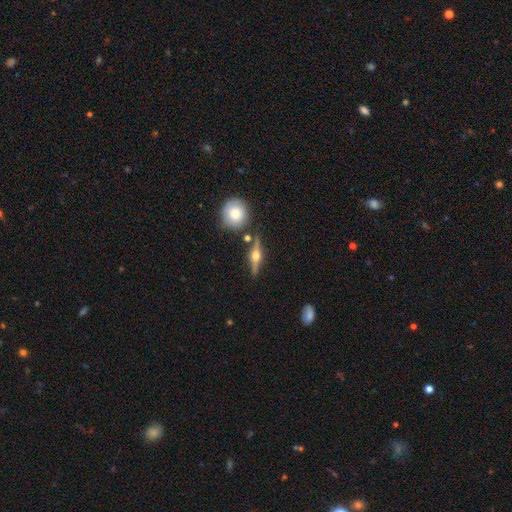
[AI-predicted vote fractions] smooth-or-featured: featured or disk: 78% | smooth: 15% | star or artifact: 7%
  disk-edge-on: yes: 96% | no: 4%
    edge-on-bulge: rounded: 96% | boxy: 2% | none: 1%
  merging: none: 84% | minor disturbance: 8% | merger: 5% | major disturbance: 3%